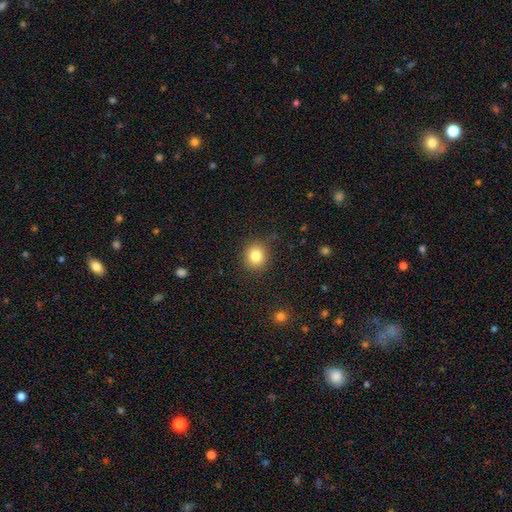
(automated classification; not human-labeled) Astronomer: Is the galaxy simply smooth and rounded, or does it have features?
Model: smooth — 82%.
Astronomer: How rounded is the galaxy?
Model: round — 85%.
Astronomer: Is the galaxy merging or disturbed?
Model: none — 87%.